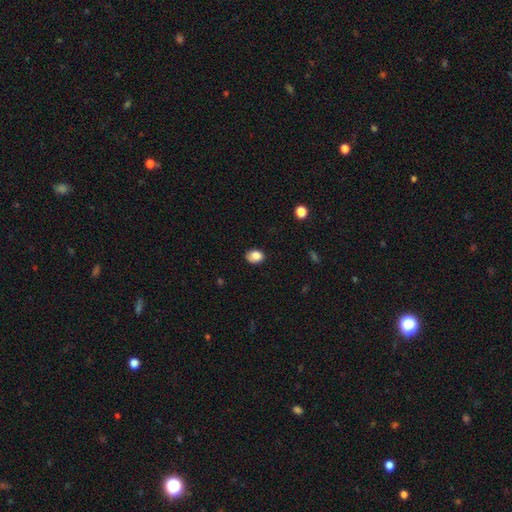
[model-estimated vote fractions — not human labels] smooth_or_featured: smooth (p=0.84) [alt: star or artifact p=0.09]
how_rounded: in between (p=0.60) [alt: round p=0.39]
merging: none (p=0.77) [alt: minor disturbance p=0.18]